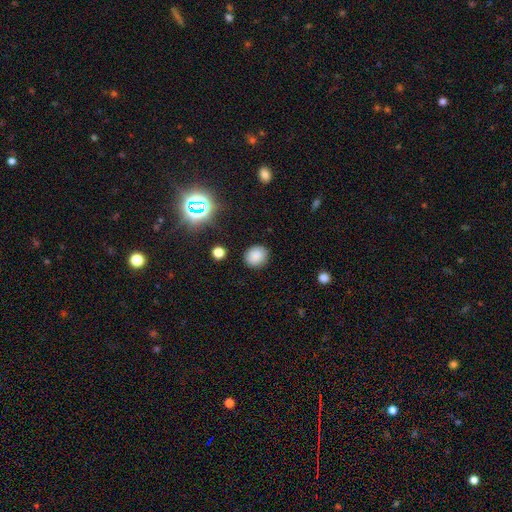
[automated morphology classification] Overall: smooth (83%). How rounded: round (70%). Merging: none (87%).